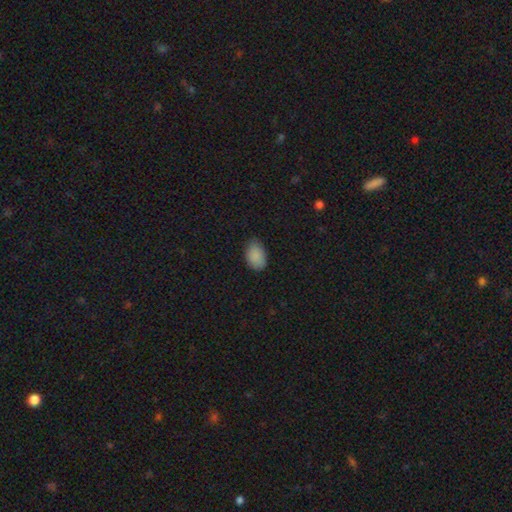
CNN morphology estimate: Smooth or featured: smooth — 88% (star or artifact — 8%)
How rounded: in between — 89% (round — 10%)
Merging: none — 74% (minor disturbance — 22%)